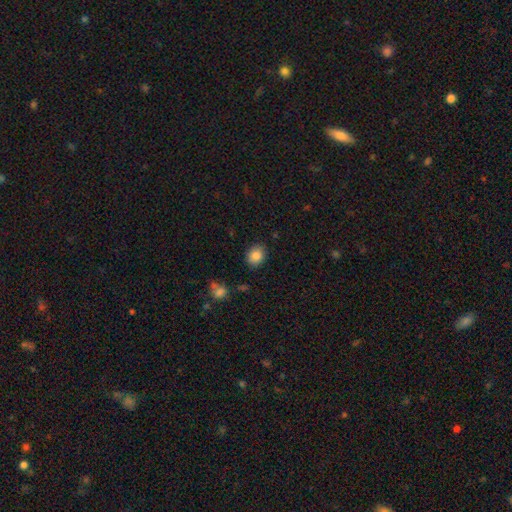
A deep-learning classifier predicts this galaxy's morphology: A smooth galaxy with no disk features (85%) that is round (60%). Merging: none (86%).